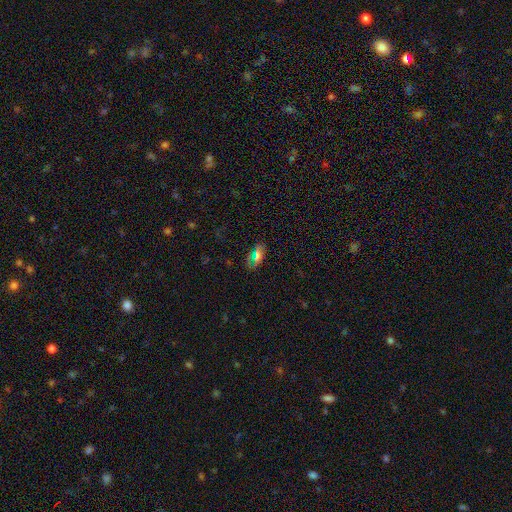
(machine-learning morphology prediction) A smooth galaxy with no disk features (56%) that is in between round and cigar-shaped (85%). Merging: none (81%).